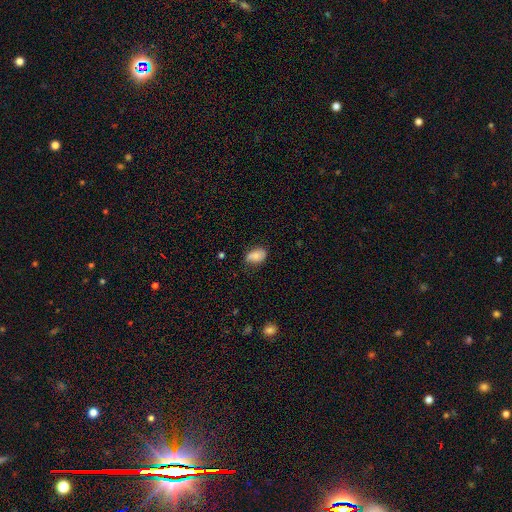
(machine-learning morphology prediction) This is likely a smooth galaxy (76%). How rounded: clearly in between (86%). Merging: likely none (63%).